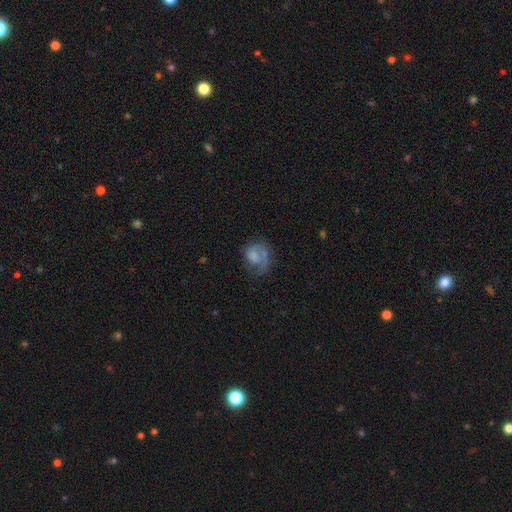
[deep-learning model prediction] This is possibly a featured or disk galaxy (48%). Merging: marginally major disturbance (38%).